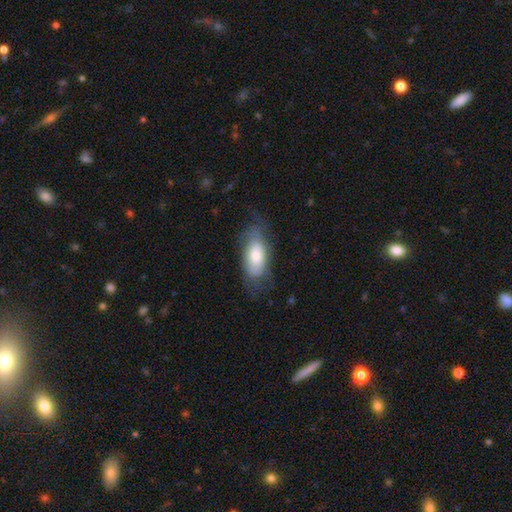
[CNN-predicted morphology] Smooth or featured: smooth — 61% (featured or disk — 32%)
How rounded: in between — 86% (cigar-shaped — 12%)
Merging: none — 59% (minor disturbance — 26%)